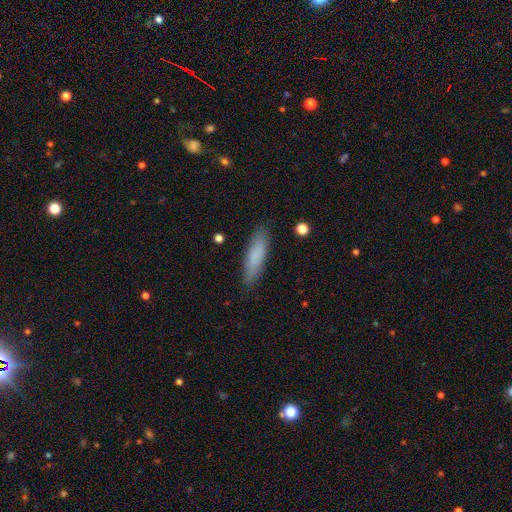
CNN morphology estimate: Smooth or featured: smooth — 82% (featured or disk — 12%)
How rounded: cigar-shaped — 69% (in between — 30%)
Merging: none — 87% (minor disturbance — 10%)